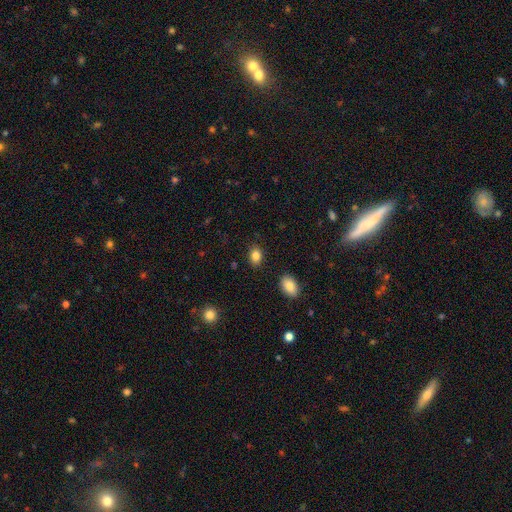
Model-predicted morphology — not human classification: type=smooth (85%); roundness=in between (74%); merging=none (87%).